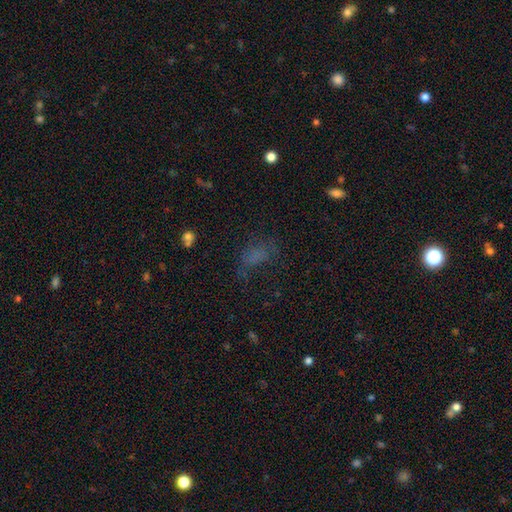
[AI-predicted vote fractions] This is possibly a smooth galaxy (56%). How rounded: clearly in between (80%). Merging: possibly none (48%).